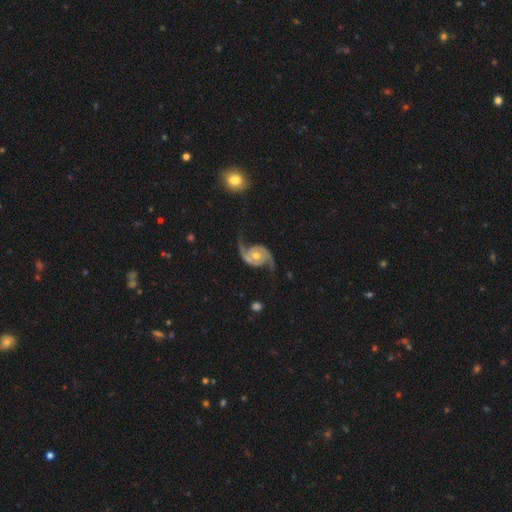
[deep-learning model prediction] Smooth or featured? featured or disk (92%)
Edge-on disk? no (98%)
Bar? no (73%)
Spiral arms? yes (98%)
Spiral winding? loose (50%)
Spiral arm count? 2 (94%)
Bulge size? moderate (66%)
Merging? none (72%)